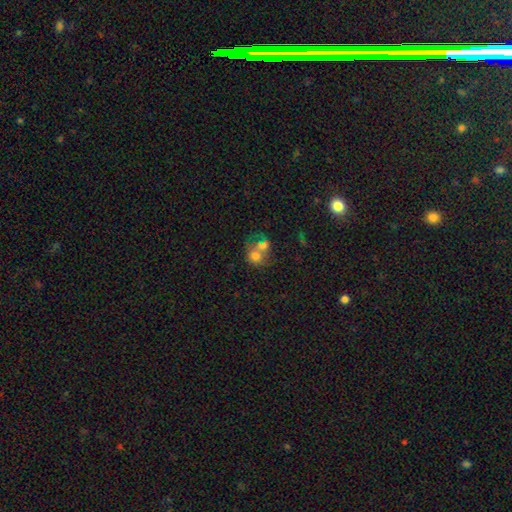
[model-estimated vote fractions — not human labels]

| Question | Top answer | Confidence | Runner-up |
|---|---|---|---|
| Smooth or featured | smooth | 67% | featured or disk (24%) |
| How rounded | round | 67% | in between (32%) |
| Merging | merger | 70% | none (19%) |